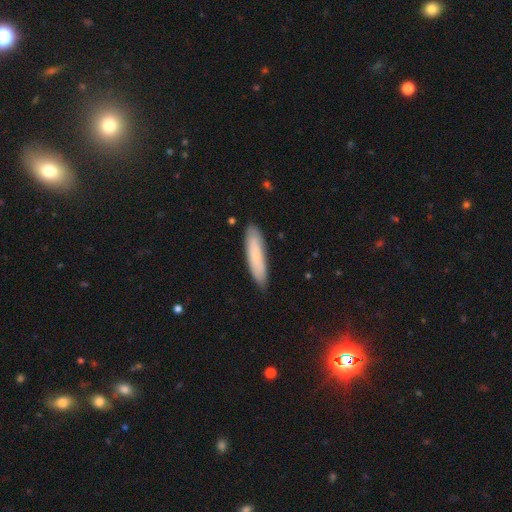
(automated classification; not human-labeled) smooth 77%, featured or disk 17%, star or artifact 6%. Down the decision tree: how rounded — cigar-shaped (80%); merging — none (86%).